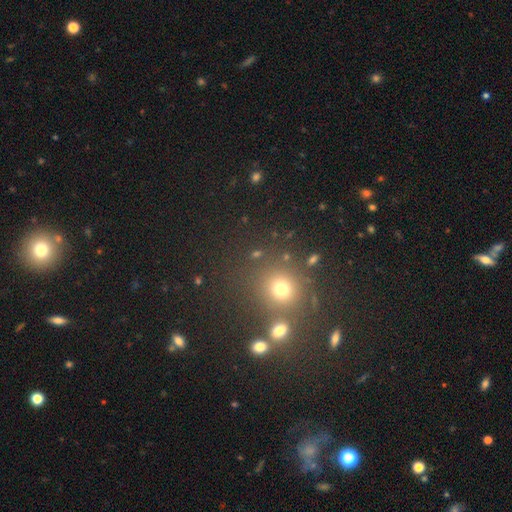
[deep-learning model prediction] A smooth galaxy with no disk features (56%) that is round (87%). Merging: none (77%).